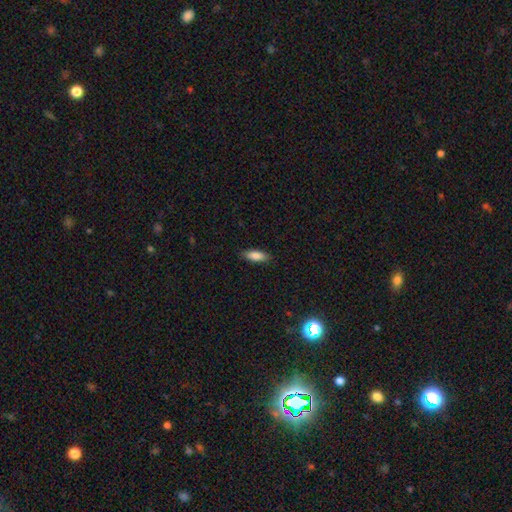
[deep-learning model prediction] smooth 84%, featured or disk 10%, star or artifact 6%. Down the decision tree: how rounded — in between (66%); merging — none (87%).